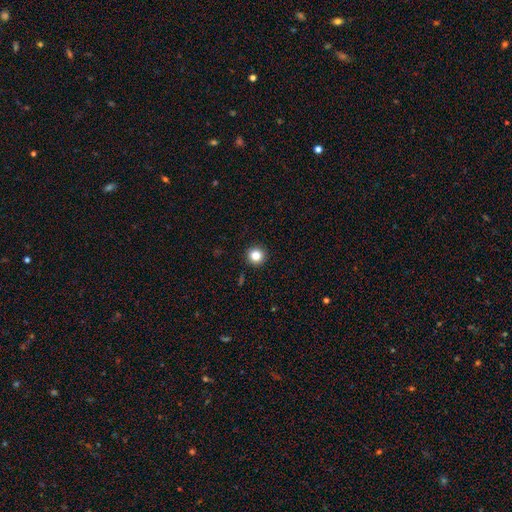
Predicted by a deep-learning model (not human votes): Q: Smooth or featured?
A: smooth (83%); runner-up: star or artifact (11%)
Q: How rounded?
A: round (95%); runner-up: in between (4%)
Q: Merging?
A: none (93%); runner-up: minor disturbance (5%)